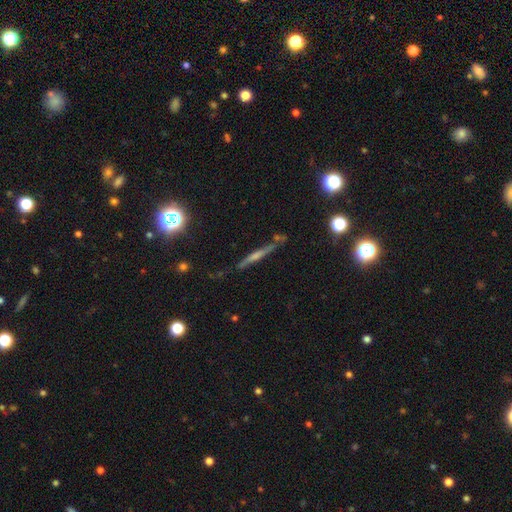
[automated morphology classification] This appears to be a featured or disk galaxy (63%) viewed edge-on (95%) with a rounded central bulge (50%). Merging: none (78%).